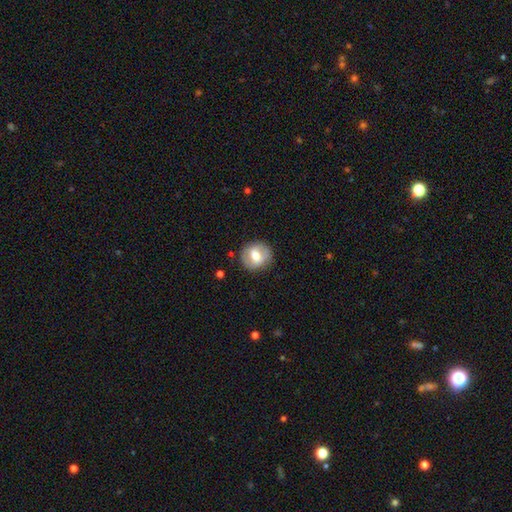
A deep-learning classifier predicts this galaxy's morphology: The model was most divided on "smooth or featured": smooth: 52%, featured or disk: 41%, star or artifact: 7%. More confident: merging — none (84%); how rounded — round (80%).